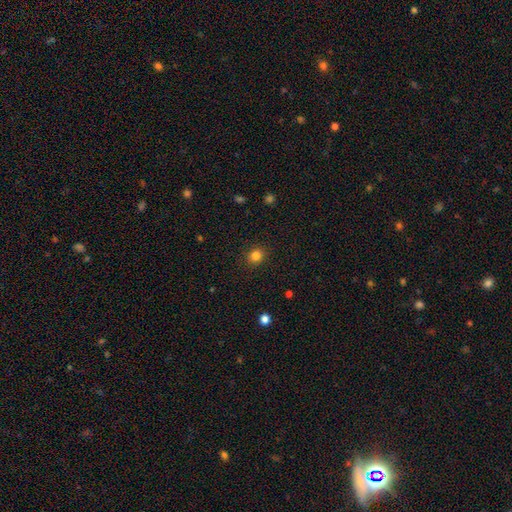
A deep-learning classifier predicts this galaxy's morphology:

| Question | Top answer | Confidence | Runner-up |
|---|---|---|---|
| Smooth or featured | smooth | 83% | star or artifact (12%) |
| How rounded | round | 78% | in between (21%) |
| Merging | none | 90% | minor disturbance (7%) |